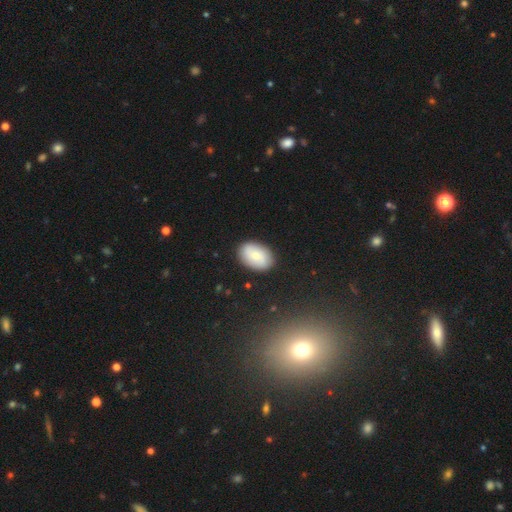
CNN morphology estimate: The model was most divided on "smooth or featured": smooth: 71%, featured or disk: 22%, star or artifact: 7%. More confident: merging — none (87%); how rounded — in between (85%).